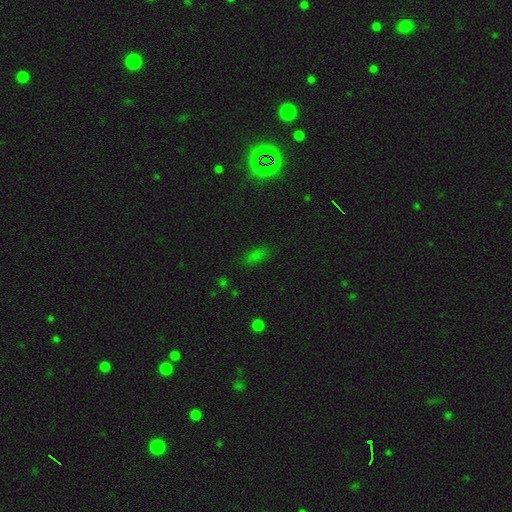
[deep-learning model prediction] smooth 70%, star or artifact 23%, featured or disk 7%. Down the decision tree: how rounded — in between (80%); merging — none (77%).